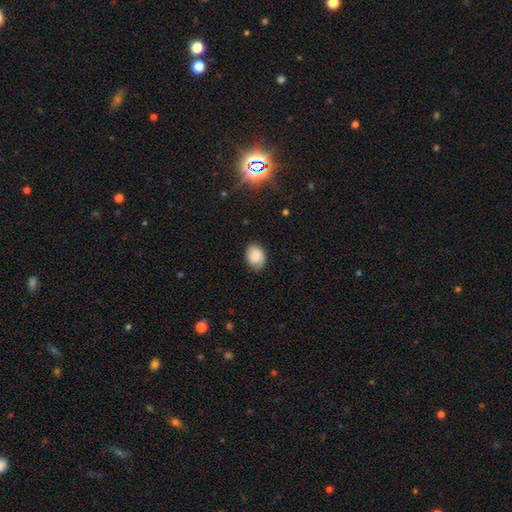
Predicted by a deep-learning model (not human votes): Overall: smooth (77%). How rounded: in between (62%; round 38%). Merging: none (70%).